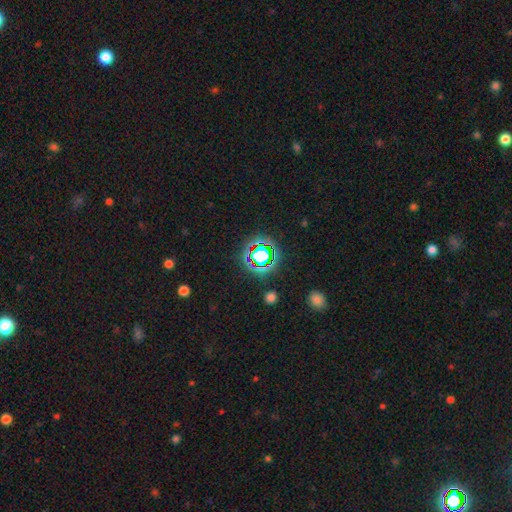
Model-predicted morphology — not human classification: This is likely a star or artifact rather than a galaxy (74%).